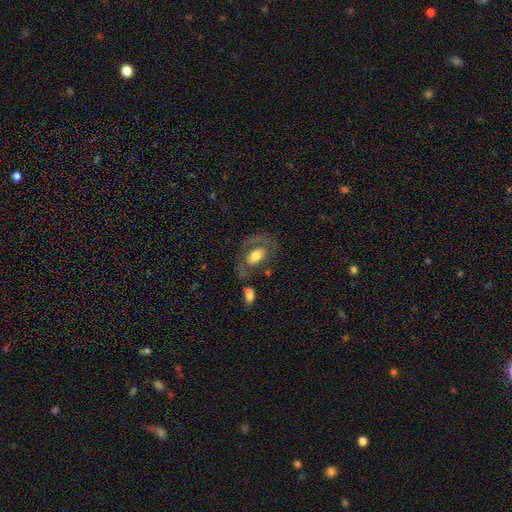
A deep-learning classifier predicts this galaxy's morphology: smooth_or_featured: smooth (p=0.58) [alt: featured or disk p=0.35]
how_rounded: in between (p=0.87) [alt: round p=0.11]
merging: none (p=0.49) [alt: major disturbance p=0.21]